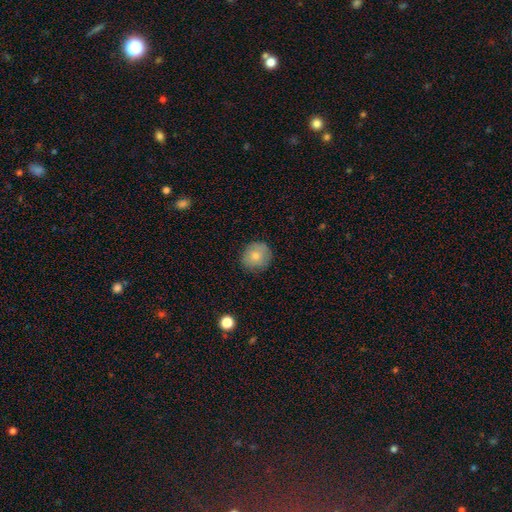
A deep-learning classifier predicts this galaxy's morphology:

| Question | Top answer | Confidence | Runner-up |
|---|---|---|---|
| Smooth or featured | smooth | 78% | featured or disk (14%) |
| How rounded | round | 86% | in between (13%) |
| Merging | none | 84% | minor disturbance (12%) |